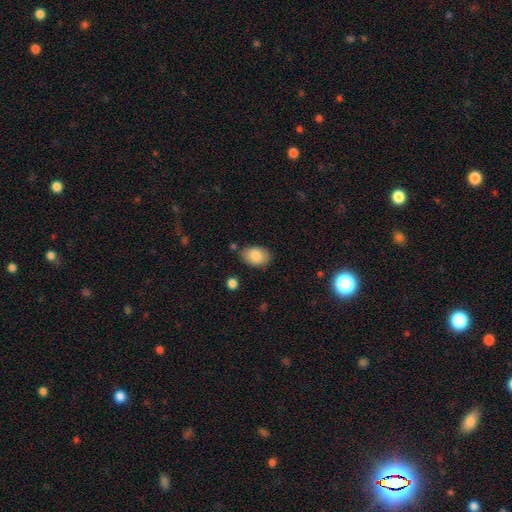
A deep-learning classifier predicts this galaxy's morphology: A smooth galaxy with no disk features (85%) that is in between round and cigar-shaped (85%).

Vote fractions:
- Smooth or featured? smooth: 85% / featured or disk: 8% / star or artifact: 7%
- How rounded? in between: 85% / round: 13% / cigar-shaped: 1%
- Merging? none: 77% / minor disturbance: 16% / merger: 3% / major disturbance: 3%